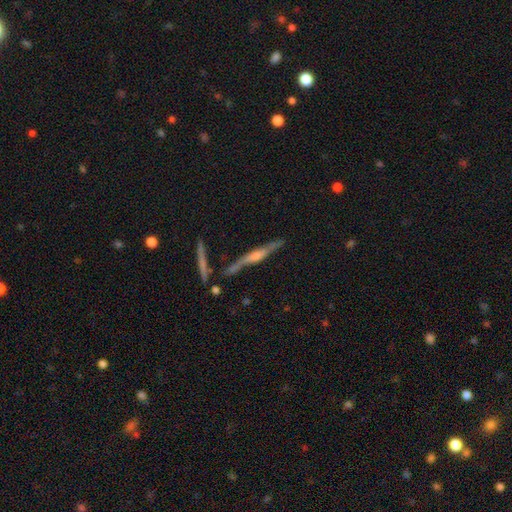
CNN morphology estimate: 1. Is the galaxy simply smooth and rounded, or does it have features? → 80% featured or disk, 13% smooth, 8% star or artifact.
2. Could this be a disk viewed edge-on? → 97% yes, 3% no.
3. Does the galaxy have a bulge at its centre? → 75% rounded, 13% none, 11% boxy.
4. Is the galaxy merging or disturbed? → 80% none, 10% minor disturbance, 6% merger, 3% major disturbance.